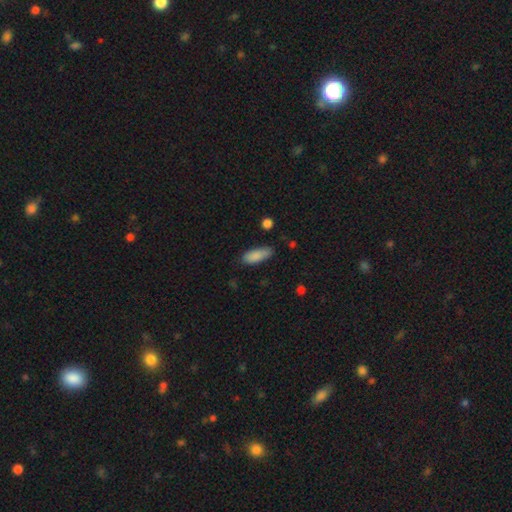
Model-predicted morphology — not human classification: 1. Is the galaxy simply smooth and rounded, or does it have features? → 87% smooth, 7% star or artifact, 6% featured or disk.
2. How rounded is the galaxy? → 72% in between, 26% cigar-shaped, 2% round.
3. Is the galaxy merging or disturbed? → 73% none, 21% minor disturbance, 4% major disturbance, 2% merger.